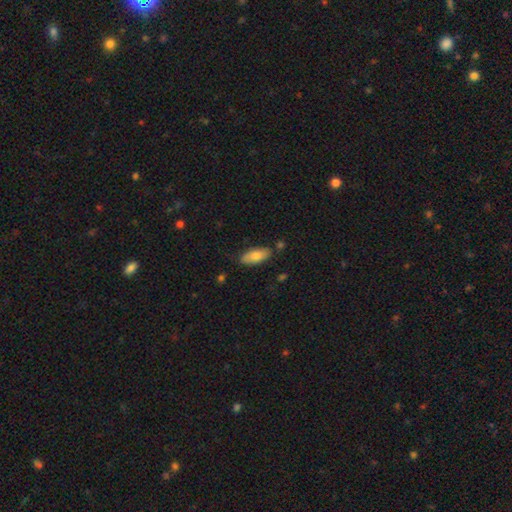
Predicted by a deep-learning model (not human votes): Smooth or featured: smooth — 75% (featured or disk — 18%)
How rounded: in between — 86% (cigar-shaped — 12%)
Merging: none — 81% (minor disturbance — 14%)